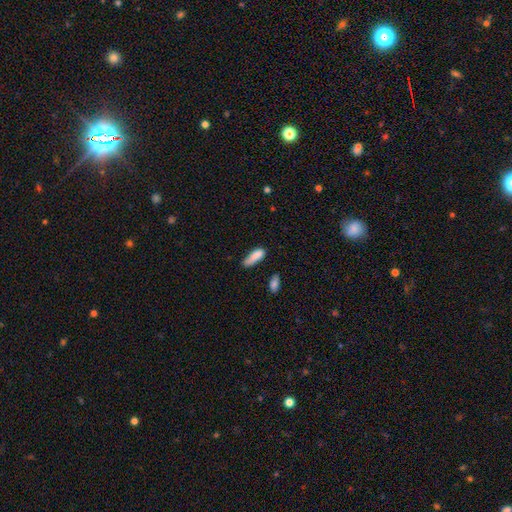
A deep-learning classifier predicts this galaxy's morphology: Q: Smooth or featured?
A: smooth (82%); runner-up: featured or disk (10%)
Q: How rounded?
A: in between (58%); runner-up: cigar-shaped (40%)
Q: Merging?
A: none (42%); runner-up: minor disturbance (37%)